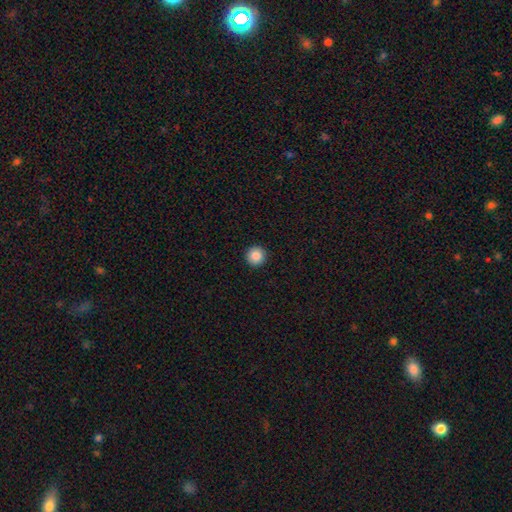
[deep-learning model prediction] Morphology: type=smooth (87%); roundness=round (96%); merging=none (94%).